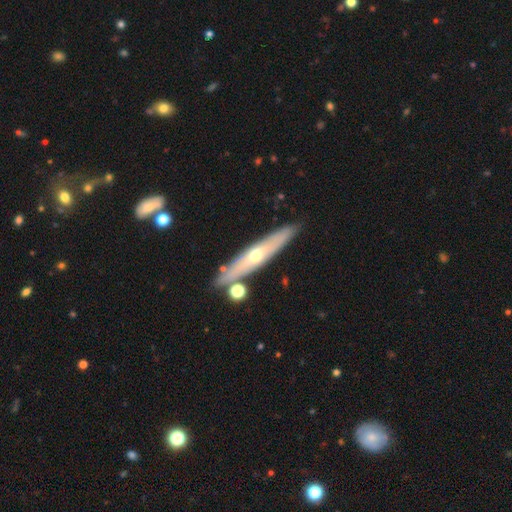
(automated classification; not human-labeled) The model was most divided on "smooth or featured": featured or disk: 53%, smooth: 40%, star or artifact: 6%. More confident: merging — none (82%); edge-on disk — yes (80%).